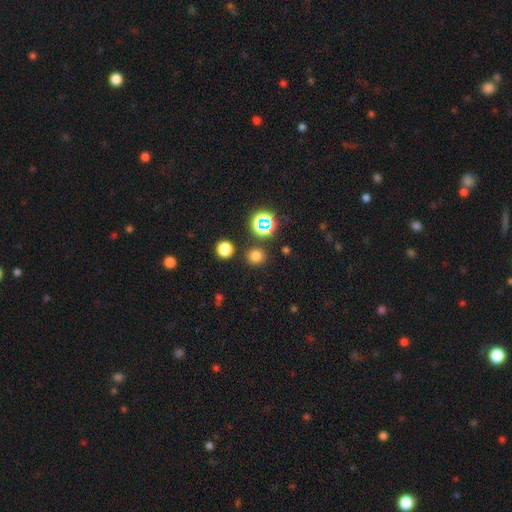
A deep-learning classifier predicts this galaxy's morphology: smooth_or_featured: smooth (p=0.72) [alt: star or artifact p=0.23]
how_rounded: round (p=0.91) [alt: in between p=0.08]
merging: none (p=0.86) [alt: minor disturbance p=0.07]